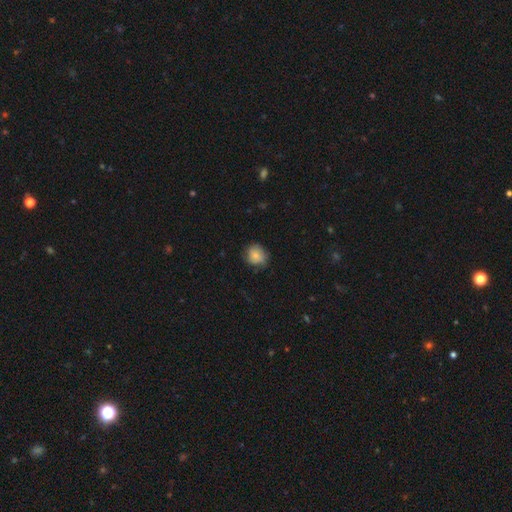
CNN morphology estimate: The model was most divided on "merging": none: 67%, minor disturbance: 26%, major disturbance: 6%, merger: 1%. More confident: how rounded — round (80%); smooth or featured — smooth (79%).